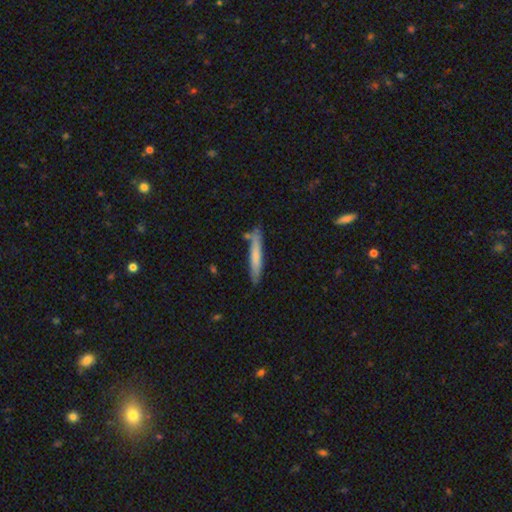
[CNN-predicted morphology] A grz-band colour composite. It shows a smooth galaxy with no disk features (69%) that is cigar-shaped (94%). Merging: none (80%).